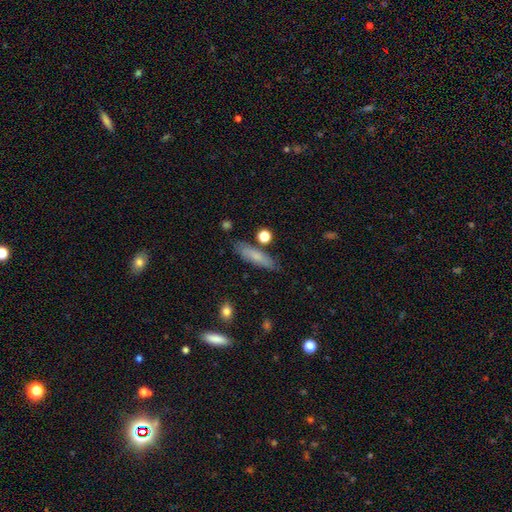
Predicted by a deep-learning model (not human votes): smooth-or-featured: smooth: 70% | featured or disk: 22% | star or artifact: 7%
  how-rounded: cigar-shaped: 67% | in between: 31% | round: 3%
  merging: none: 79% | minor disturbance: 14% | merger: 4% | major disturbance: 3%